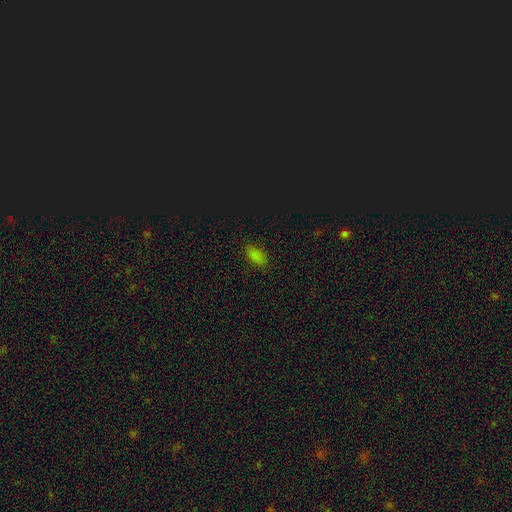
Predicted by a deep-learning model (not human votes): smooth_or_featured: smooth (p=0.78) [alt: star or artifact p=0.18]
how_rounded: in between (p=0.91) [alt: cigar-shaped p=0.05]
merging: none (p=0.81) [alt: minor disturbance p=0.14]